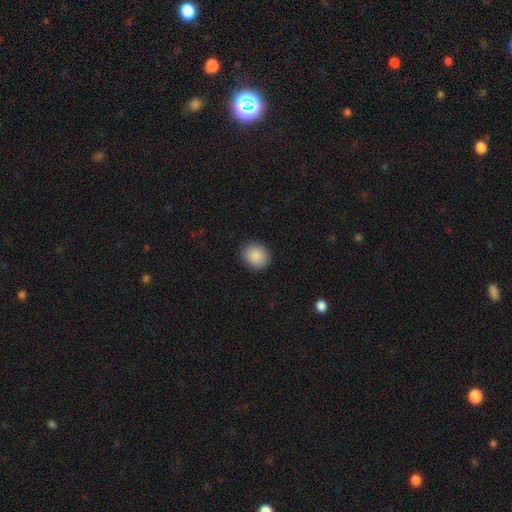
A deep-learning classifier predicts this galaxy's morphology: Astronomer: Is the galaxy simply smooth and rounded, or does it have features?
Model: smooth — 89%.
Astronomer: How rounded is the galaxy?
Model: round — 76%.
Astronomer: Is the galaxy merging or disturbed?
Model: none — 89%.